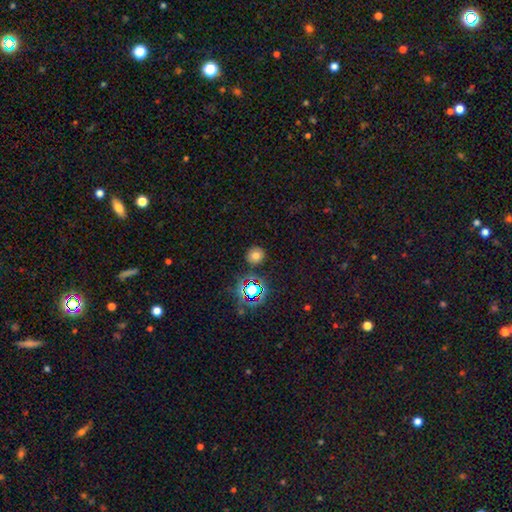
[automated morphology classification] Smooth or featured? smooth (67%)
How rounded? round (88%)
Merging? none (86%)